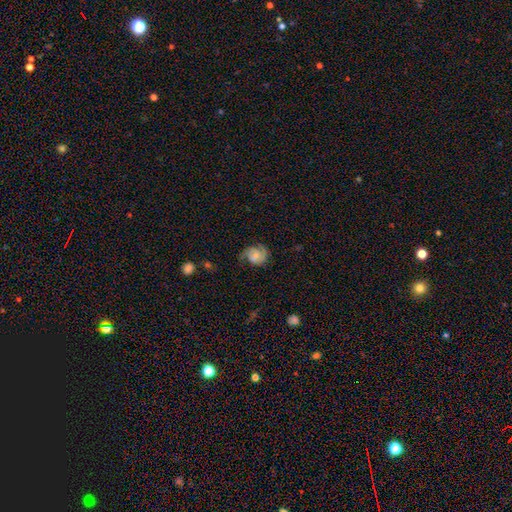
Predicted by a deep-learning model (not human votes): A featured or disk galaxy (52%) with no bar (60%), spiral arms (88%) and a small central bulge (49%). Merging: none (52%).